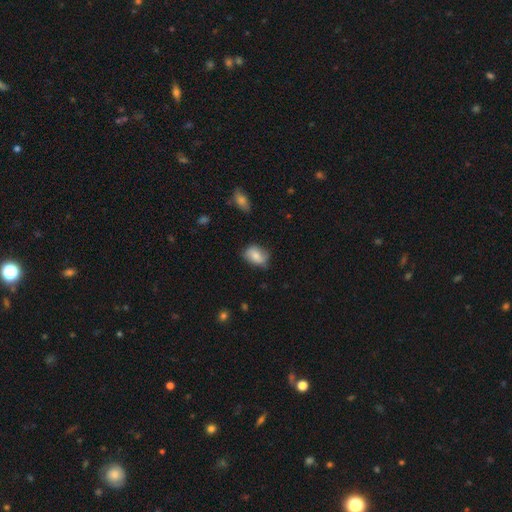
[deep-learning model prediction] Smooth or featured? smooth (76%)
How rounded? in between (77%)
Merging? none (65%)